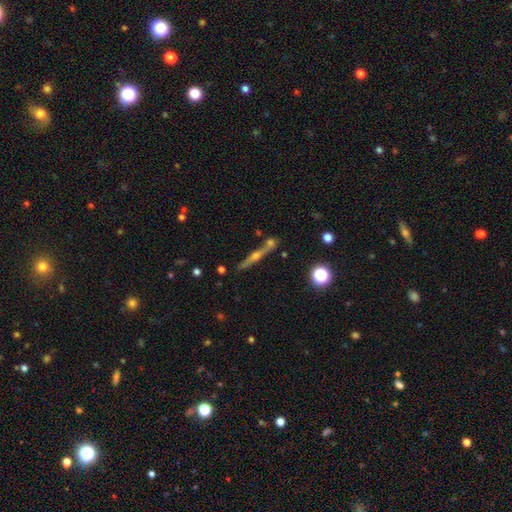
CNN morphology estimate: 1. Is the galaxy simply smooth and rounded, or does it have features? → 72% featured or disk, 19% smooth, 9% star or artifact.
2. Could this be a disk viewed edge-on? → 95% yes, 5% no.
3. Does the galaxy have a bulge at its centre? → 90% rounded, 6% none, 4% boxy.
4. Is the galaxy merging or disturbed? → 73% none, 13% merger, 11% minor disturbance, 3% major disturbance.